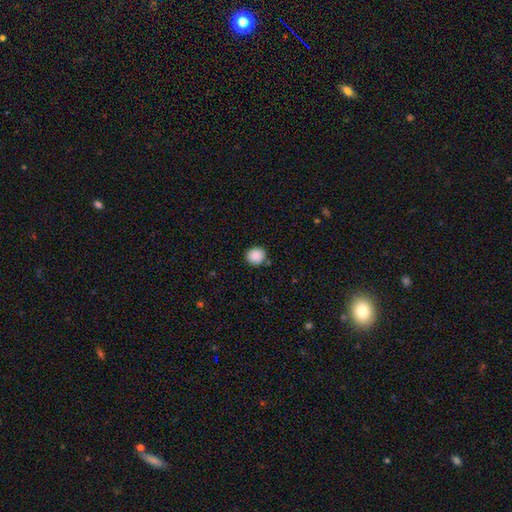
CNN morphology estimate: This is clearly a smooth galaxy (89%). How rounded: clearly round (87%). Merging: clearly none (86%).